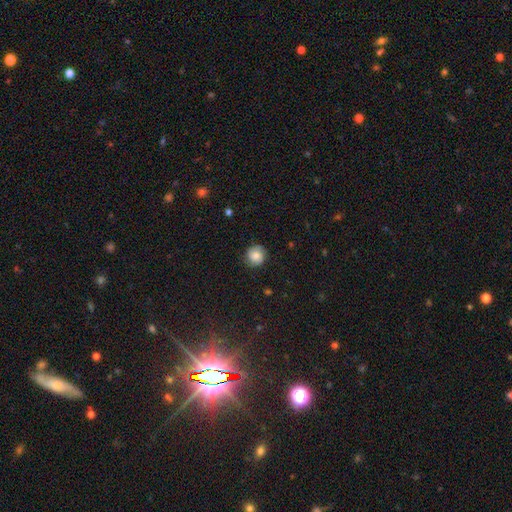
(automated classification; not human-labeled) Q: Smooth or featured?
A: smooth (71%); runner-up: featured or disk (20%)
Q: How rounded?
A: round (90%); runner-up: in between (9%)
Q: Merging?
A: none (82%); runner-up: minor disturbance (13%)